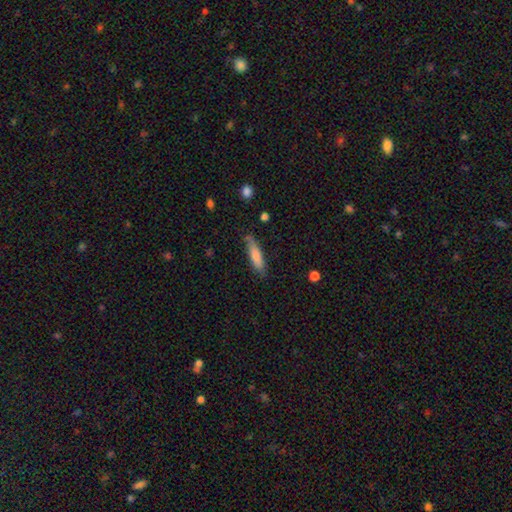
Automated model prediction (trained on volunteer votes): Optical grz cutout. It shows a smooth galaxy with no disk features (72%) that is cigar-shaped (77%). Merging: none (75%).